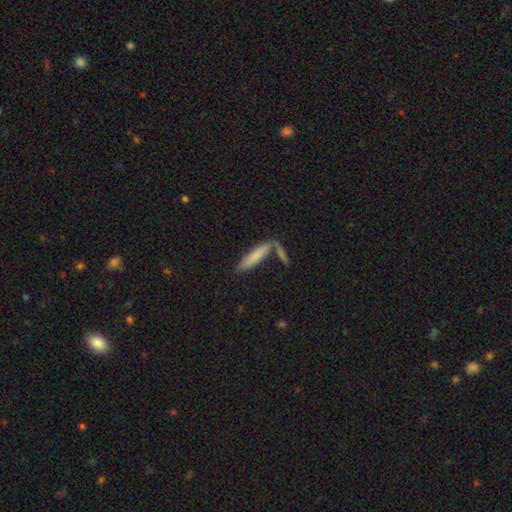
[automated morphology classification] type=smooth (74%); roundness=cigar-shaped (81%); merging=none (59%).